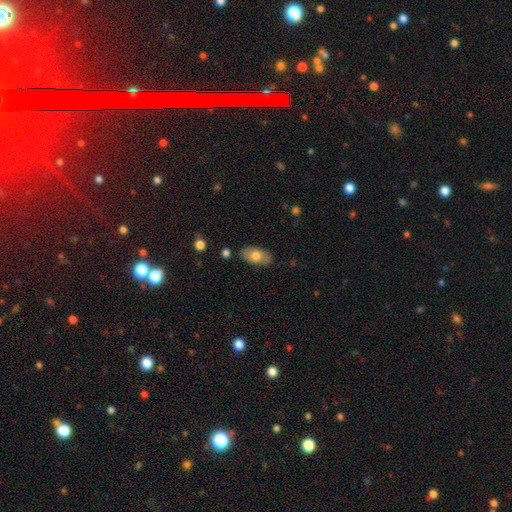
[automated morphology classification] Smooth or featured?
  - smooth: 72% *
  - featured or disk: 22%
  - star or artifact: 6%
How rounded?
  - in between: 93% *
  - round: 5%
  - cigar-shaped: 2%
Merging?
  - none: 83% *
  - minor disturbance: 12%
  - major disturbance: 3%
  - merger: 2%